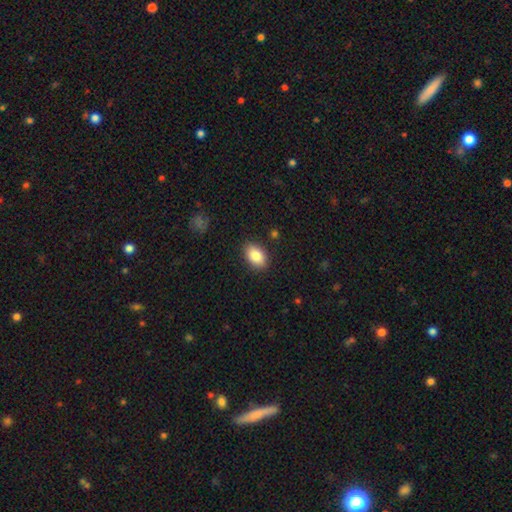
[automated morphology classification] smooth_or_featured: smooth (p=0.85) [alt: star or artifact p=0.07]
how_rounded: in between (p=0.89) [alt: round p=0.10]
merging: none (p=0.88) [alt: minor disturbance p=0.09]